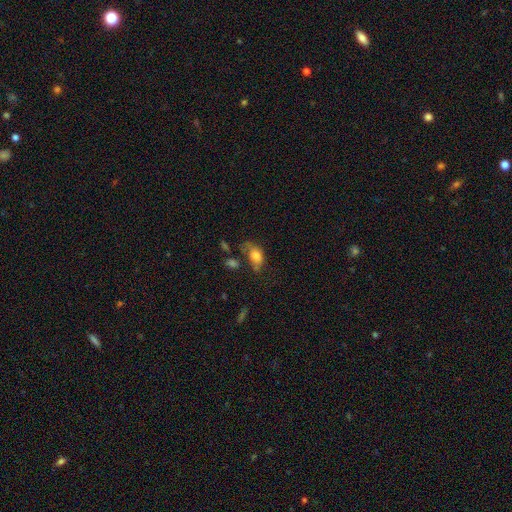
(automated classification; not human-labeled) A smooth galaxy with no disk features (73%) that is in between round and cigar-shaped (80%).

Vote fractions:
- Smooth or featured? smooth: 73% / featured or disk: 17% / star or artifact: 9%
- How rounded? in between: 80% / round: 17% / cigar-shaped: 2%
- Merging? major disturbance: 30% (tied) / none: 30% (tied) / minor disturbance: 29% / merger: 11%